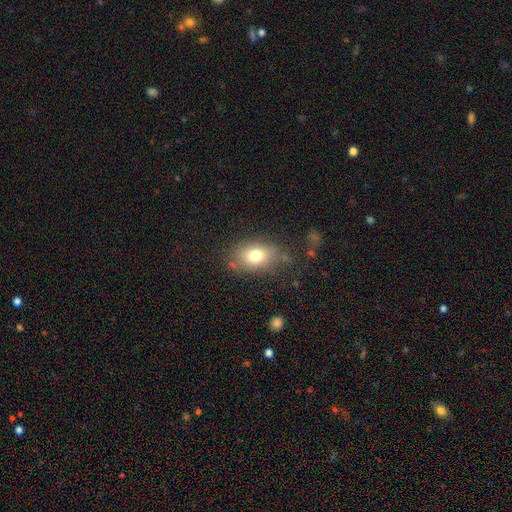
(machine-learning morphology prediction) A smooth galaxy with no disk features (76%) that is in between round and cigar-shaped (77%). Merging: none (72%).